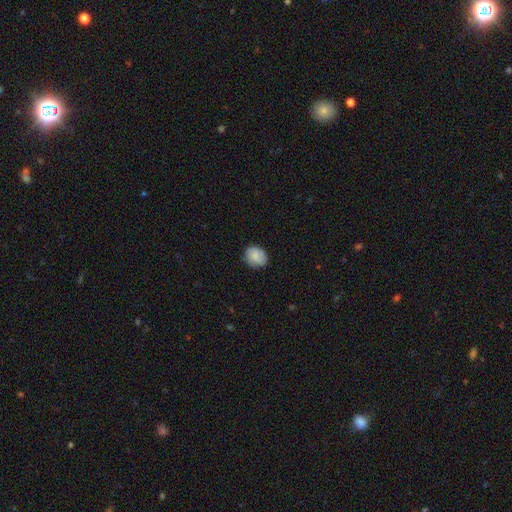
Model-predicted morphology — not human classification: Smooth or featured: smooth — 82% (featured or disk — 10%)
How rounded: round — 62% (in between — 37%)
Merging: none — 80% (minor disturbance — 16%)